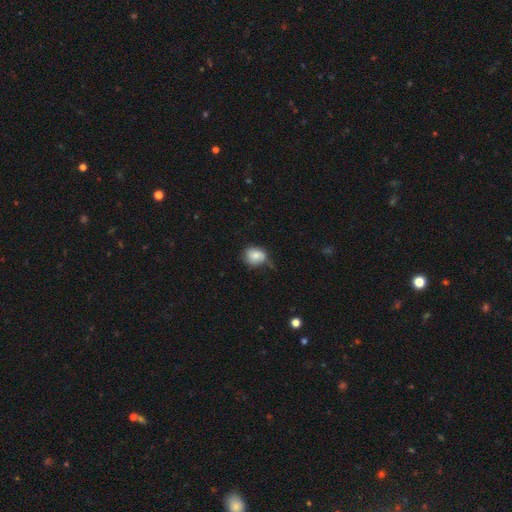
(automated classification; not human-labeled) smooth 74%, featured or disk 18%, star or artifact 8%. Down the decision tree: how rounded — round (59%); merging — none (46%).